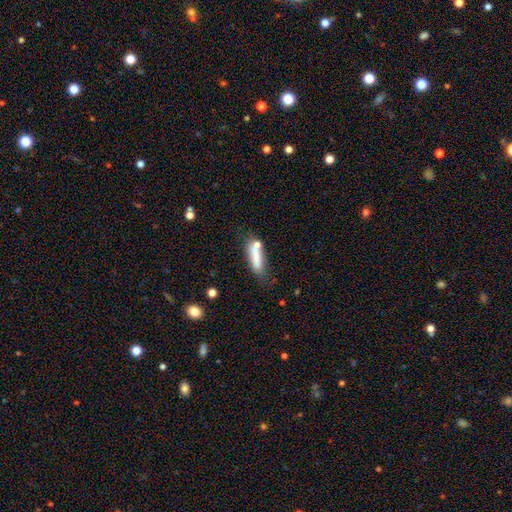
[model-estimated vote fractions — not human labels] Morphology: type=smooth (75%); roundness=cigar-shaped (65%); merging=none (48%).